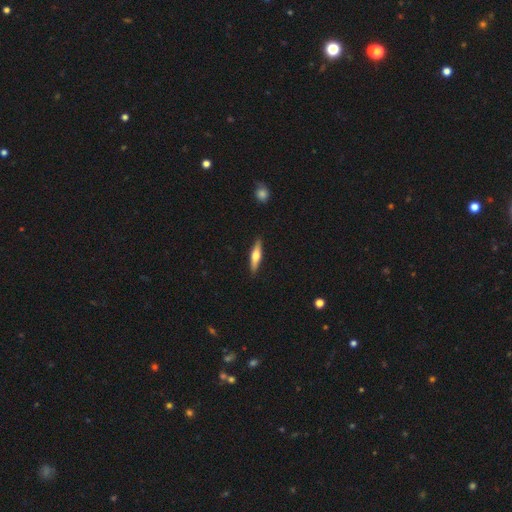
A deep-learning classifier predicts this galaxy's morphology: smooth-or-featured: featured or disk: 50% | smooth: 45% | star or artifact: 5%
  merging: none: 90% | minor disturbance: 7% | major disturbance: 2% | merger: 1%